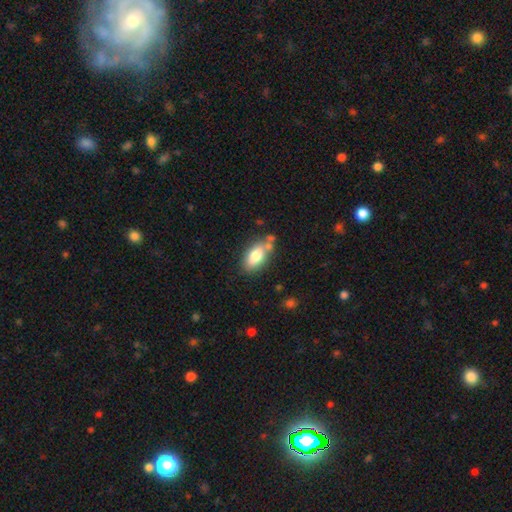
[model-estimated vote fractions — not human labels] Smooth or featured: smooth — 78% (featured or disk — 15%)
How rounded: in between — 89% (cigar-shaped — 6%)
Merging: none — 65% (minor disturbance — 18%)